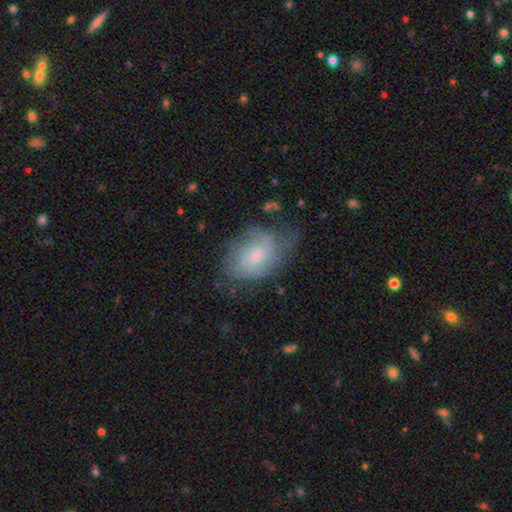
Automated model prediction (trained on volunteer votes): Overall: featured or disk (48%; smooth 44%). Merging: none (48%; minor disturbance 32%).